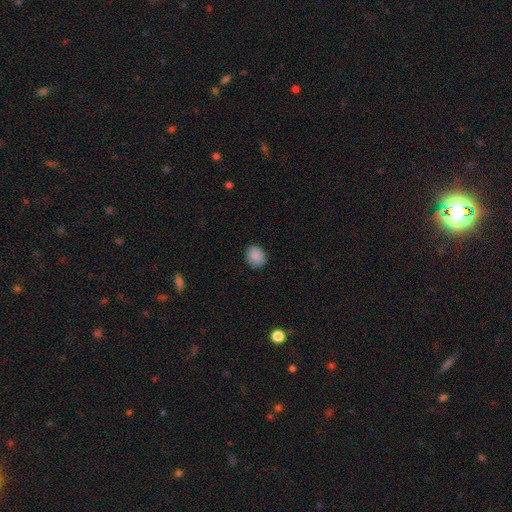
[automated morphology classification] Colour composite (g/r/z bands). It shows a smooth galaxy with no disk features (88%) that is round (65%). Merging: none (85%).